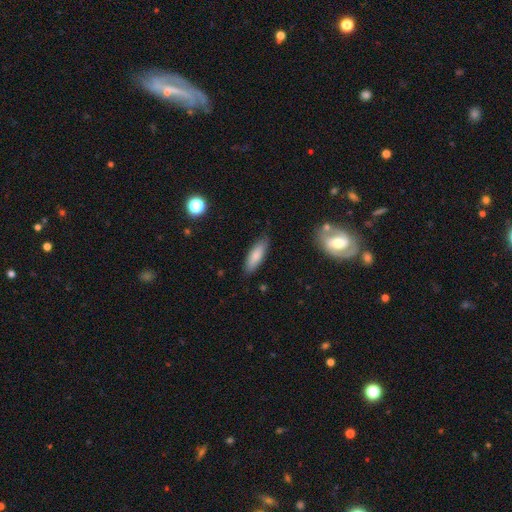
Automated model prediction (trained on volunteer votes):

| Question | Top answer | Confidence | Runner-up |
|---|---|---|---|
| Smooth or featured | smooth | 82% | featured or disk (12%) |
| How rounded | in between | 53% | cigar-shaped (45%) |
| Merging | none | 84% | minor disturbance (12%) |